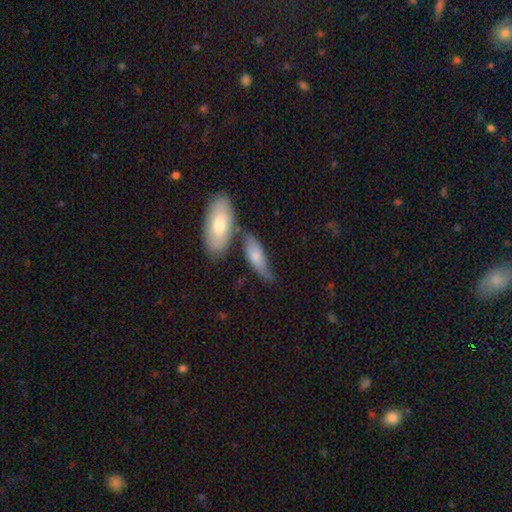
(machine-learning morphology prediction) The model was most divided on "merging": none: 45%, minor disturbance: 27%, merger: 19%, major disturbance: 10%. More confident: how rounded — in between (70%); smooth or featured — smooth (66%).